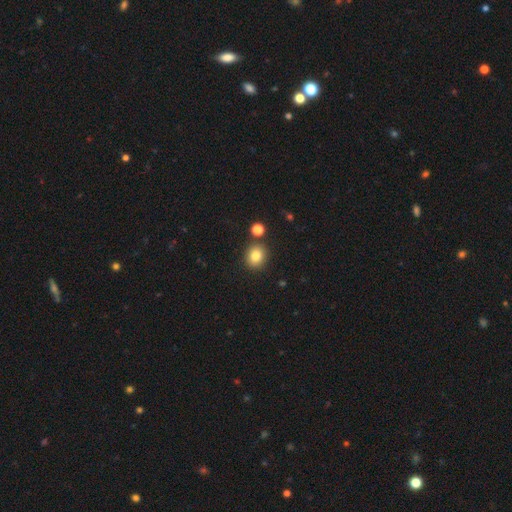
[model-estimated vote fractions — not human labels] This appears to be a smooth galaxy with no disk features (83%) that is round (72%). Merging: none (83%).